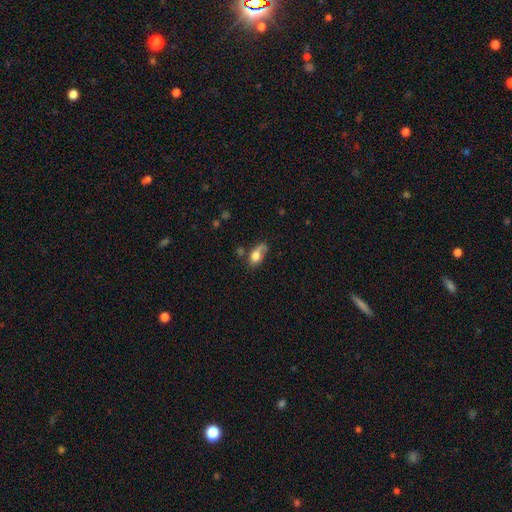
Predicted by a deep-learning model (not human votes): Smooth or featured? smooth (68%)
How rounded? in between (82%)
Merging? none (37%)